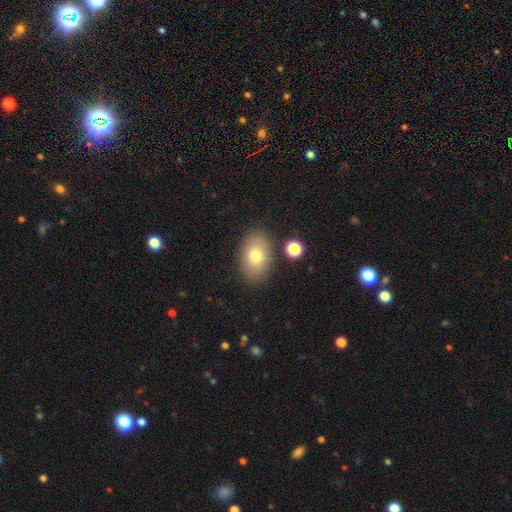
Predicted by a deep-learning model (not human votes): Smooth or featured? smooth (76%)
How rounded? in between (85%)
Merging? none (83%)